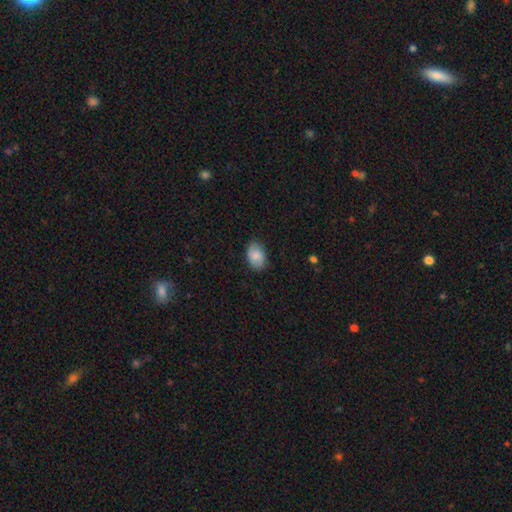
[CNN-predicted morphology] smooth_or_featured: smooth (p=0.85) [alt: featured or disk p=0.08]
how_rounded: in between (p=0.87) [alt: round p=0.12]
merging: none (p=0.82) [alt: minor disturbance p=0.14]